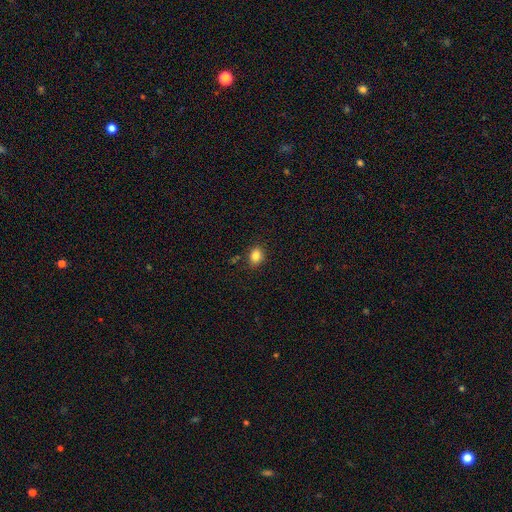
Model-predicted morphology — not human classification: The model was most divided on "how rounded": in between: 52%, round: 47%, cigar-shaped: 1%. More confident: merging — none (84%); smooth or featured — smooth (84%).